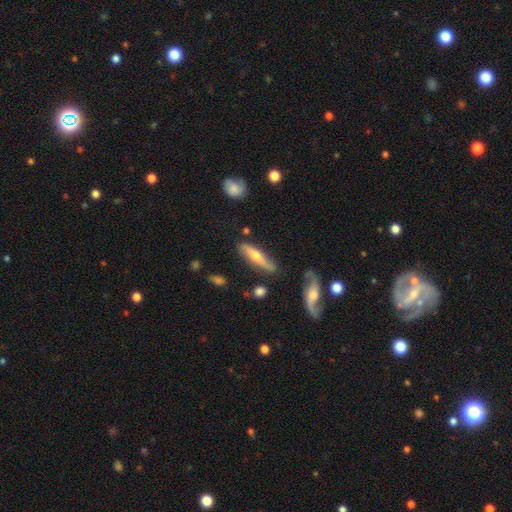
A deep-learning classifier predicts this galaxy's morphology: This appears to be a featured or disk galaxy (51%) viewed edge-on (79%). Merging: none (73%).